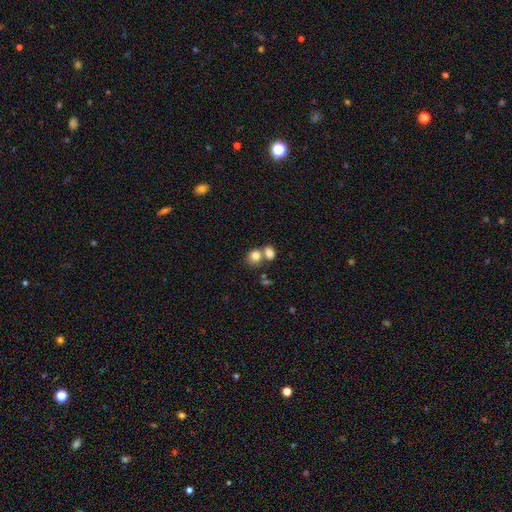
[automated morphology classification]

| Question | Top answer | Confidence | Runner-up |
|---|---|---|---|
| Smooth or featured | smooth | 80% | star or artifact (10%) |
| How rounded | round | 66% | in between (33%) |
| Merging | merger | 49% | none (40%) |